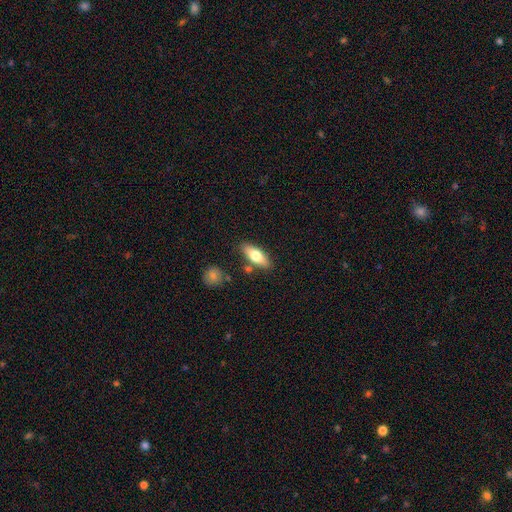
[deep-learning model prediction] smooth-or-featured: smooth: 68% | featured or disk: 26% | star or artifact: 6%
  how-rounded: in between: 70% | cigar-shaped: 27% | round: 3%
  merging: none: 79% | minor disturbance: 12% | merger: 6% | major disturbance: 3%